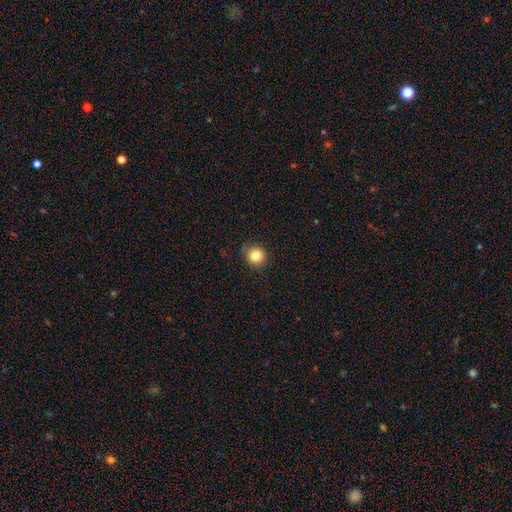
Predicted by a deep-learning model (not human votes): Smooth or featured?
  - smooth: 83% *
  - star or artifact: 11%
  - featured or disk: 6%
How rounded?
  - round: 87% *
  - in between: 12%
  - cigar-shaped: 1%
Merging?
  - none: 82% *
  - minor disturbance: 14%
  - major disturbance: 3%
  - merger: 1%